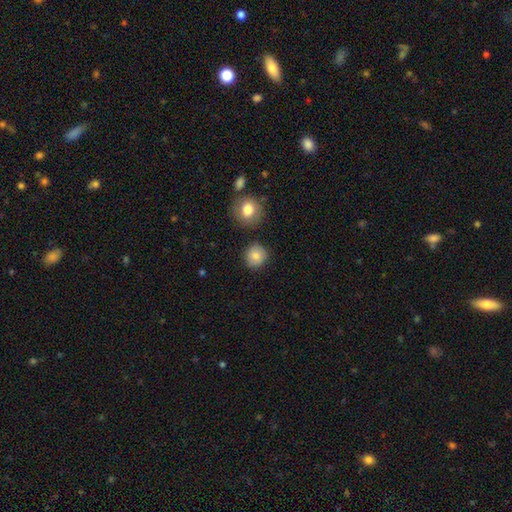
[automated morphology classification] This is clearly a smooth galaxy (83%). How rounded: clearly round (92%). Merging: clearly none (85%).